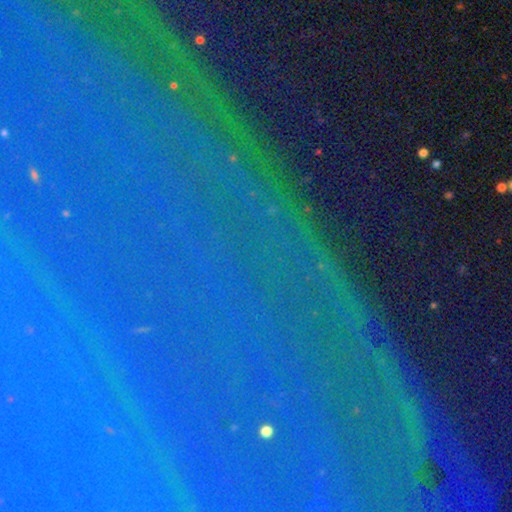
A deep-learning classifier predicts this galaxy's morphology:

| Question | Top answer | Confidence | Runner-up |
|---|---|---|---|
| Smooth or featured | star or artifact | 84% | smooth (8%) |